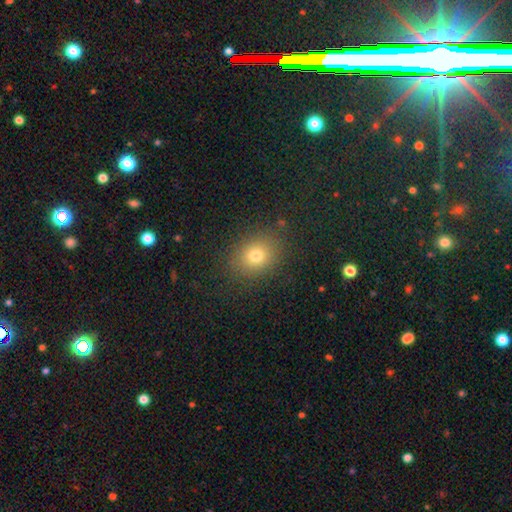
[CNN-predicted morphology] smooth_or_featured: smooth (p=0.76) [alt: star or artifact p=0.14]
how_rounded: round (p=0.51) [alt: in between p=0.48]
merging: none (p=0.85) [alt: minor disturbance p=0.09]